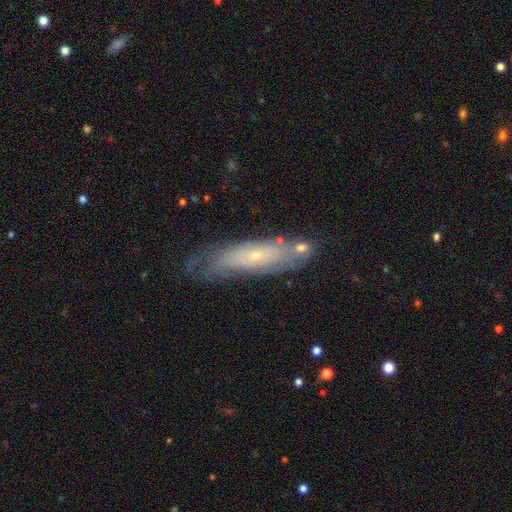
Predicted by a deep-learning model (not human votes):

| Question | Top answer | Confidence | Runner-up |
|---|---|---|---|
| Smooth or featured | featured or disk | 56% | smooth (35%) |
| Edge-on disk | no | 66% | yes (34%) |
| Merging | none | 61% | minor disturbance (24%) |